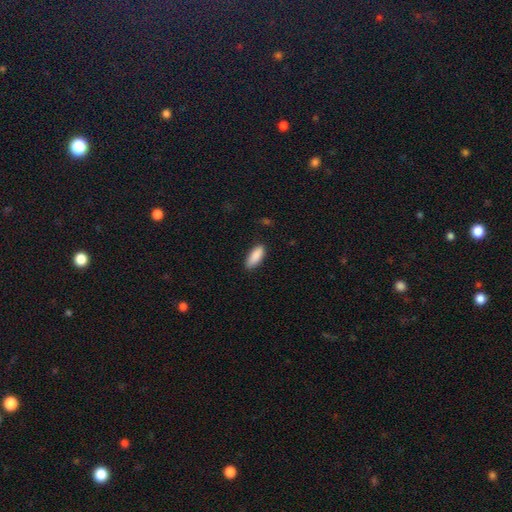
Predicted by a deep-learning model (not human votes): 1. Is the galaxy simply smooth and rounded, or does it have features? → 90% smooth, 6% star or artifact, 4% featured or disk.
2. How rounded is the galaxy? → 78% in between, 20% cigar-shaped, 2% round.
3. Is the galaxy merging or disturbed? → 83% none, 13% minor disturbance, 2% major disturbance, 1% merger.